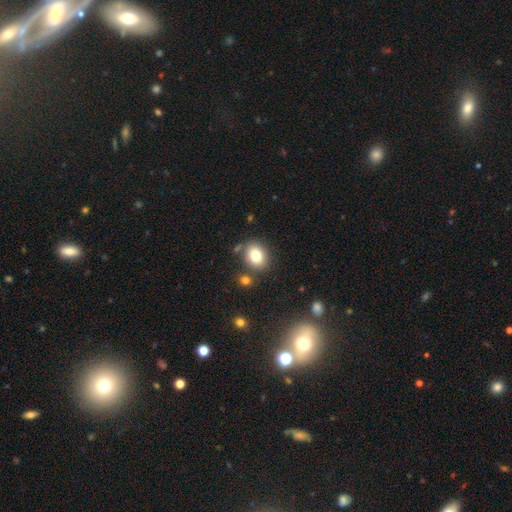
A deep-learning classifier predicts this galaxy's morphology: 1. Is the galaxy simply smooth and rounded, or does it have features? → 80% smooth, 10% star or artifact, 10% featured or disk.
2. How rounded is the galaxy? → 56% in between, 43% round, 1% cigar-shaped.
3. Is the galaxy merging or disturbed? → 76% none, 12% minor disturbance, 9% merger, 4% major disturbance.